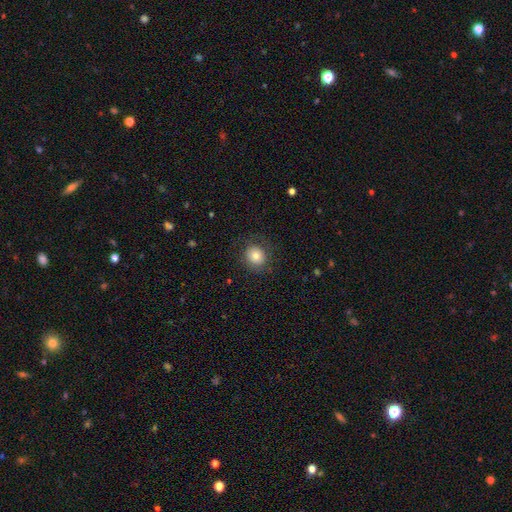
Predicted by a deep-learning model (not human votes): smooth 79%, star or artifact 10%, featured or disk 10%. Down the decision tree: how rounded — round (82%); merging — none (83%).